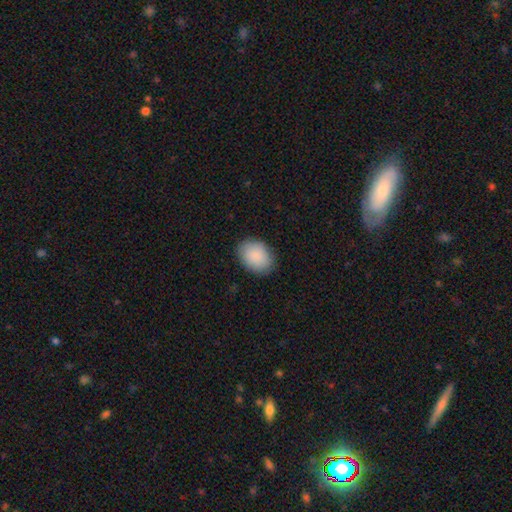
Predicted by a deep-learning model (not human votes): Smooth or featured: smooth — 89% (star or artifact — 6%)
How rounded: in between — 74% (round — 25%)
Merging: none — 86% (minor disturbance — 10%)